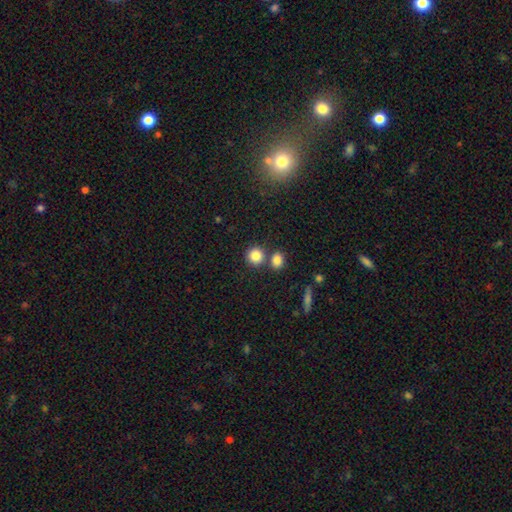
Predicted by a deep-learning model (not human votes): smooth 84%, star or artifact 10%, featured or disk 6%. Down the decision tree: how rounded — round (87%); merging — none (66%).